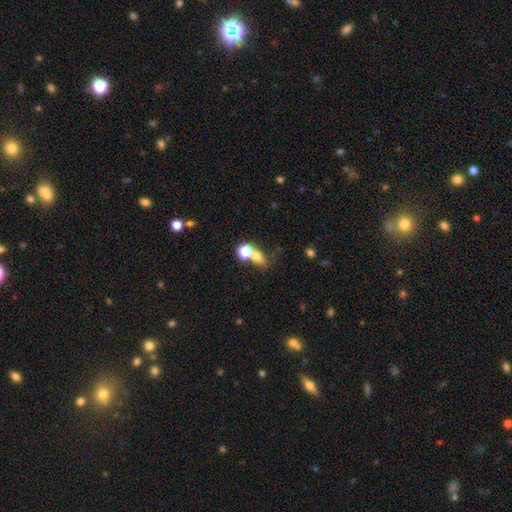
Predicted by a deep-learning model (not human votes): Smooth or featured? Predicted: smooth (p=0.65). How rounded? Predicted: in between (p=0.49). Merging? Predicted: merger (p=0.48).